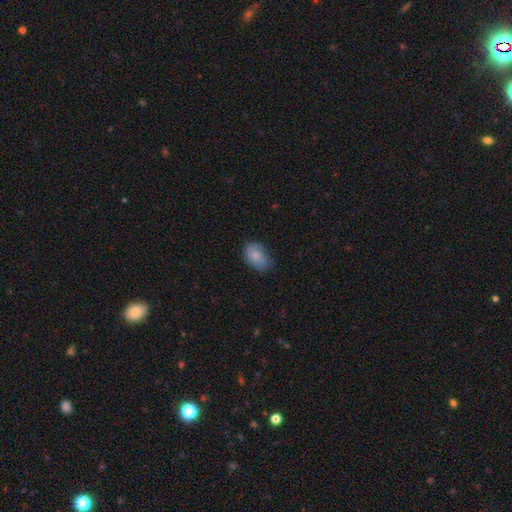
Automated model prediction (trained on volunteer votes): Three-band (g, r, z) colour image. It shows a smooth galaxy with no disk features (82%) that is in between round and cigar-shaped (84%). Merging: none (69%).